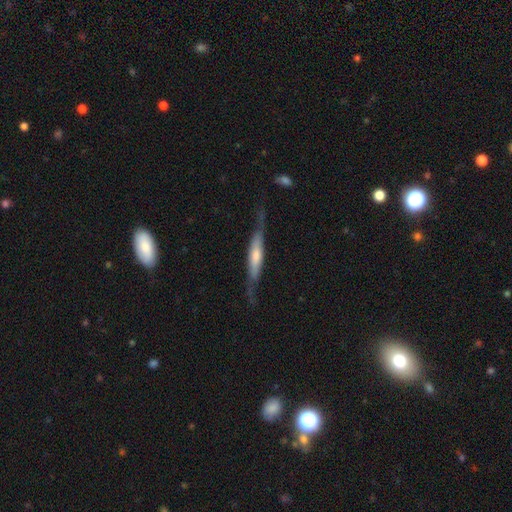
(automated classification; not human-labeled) Smooth or featured?
  - featured or disk: 63% *
  - smooth: 31%
  - star or artifact: 6%
Edge-on disk?
  - yes: 82% *
  - no: 18%
Edge-on bulge?
  - rounded: 49% *
  - boxy: 29%
  - none: 22%
Merging?
  - none: 66% *
  - minor disturbance: 22%
  - major disturbance: 10%
  - merger: 2%